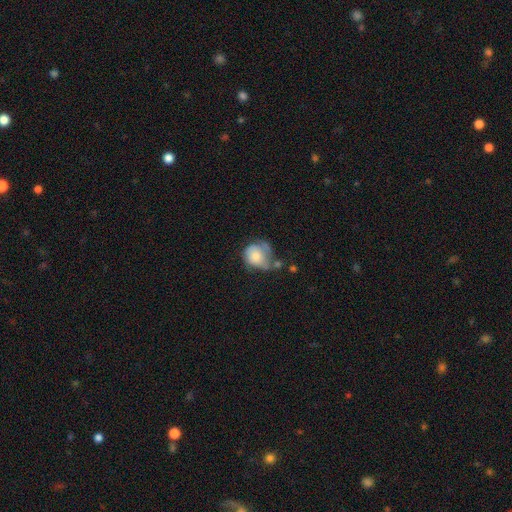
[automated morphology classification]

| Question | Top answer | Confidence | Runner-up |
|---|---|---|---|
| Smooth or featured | smooth | 62% | featured or disk (30%) |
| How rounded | round | 66% | in between (33%) |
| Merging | minor disturbance | 31% | none (28%) |